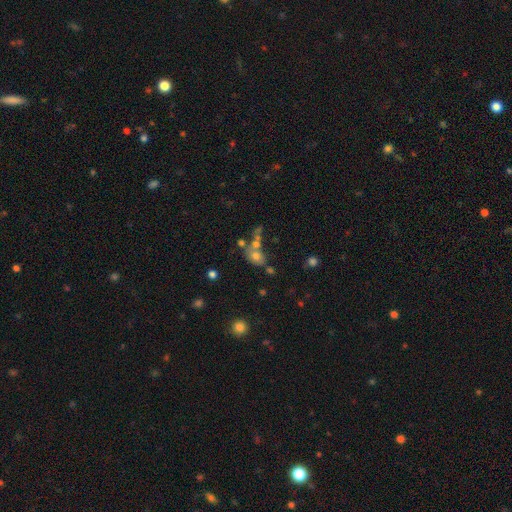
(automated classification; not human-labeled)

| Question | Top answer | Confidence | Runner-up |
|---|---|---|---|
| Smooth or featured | smooth | 64% | featured or disk (21%) |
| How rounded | in between | 58% | round (40%) |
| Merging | merger | 39% | none (38%) |